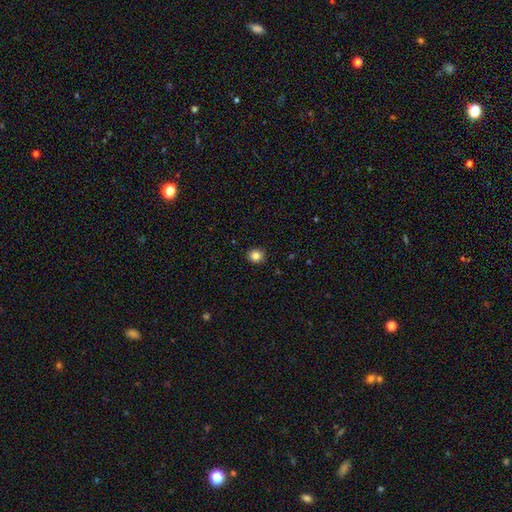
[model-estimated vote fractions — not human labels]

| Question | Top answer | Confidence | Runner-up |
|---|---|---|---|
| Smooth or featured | smooth | 84% | star or artifact (11%) |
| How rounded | round | 84% | in between (15%) |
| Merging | none | 91% | minor disturbance (6%) |